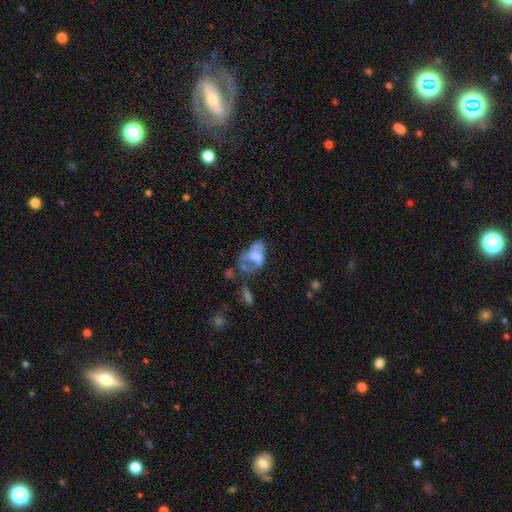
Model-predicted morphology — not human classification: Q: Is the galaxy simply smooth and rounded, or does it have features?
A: featured or disk — 45%.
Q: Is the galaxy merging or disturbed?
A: major disturbance — 39%.